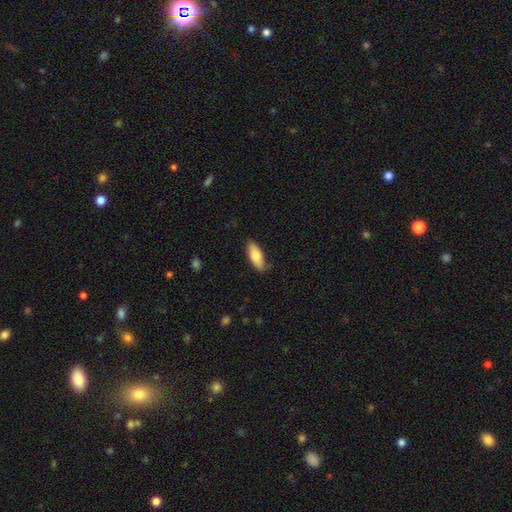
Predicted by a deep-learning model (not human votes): smooth 75%, featured or disk 19%, star or artifact 6%. Down the decision tree: how rounded — in between (75%); merging — none (79%).